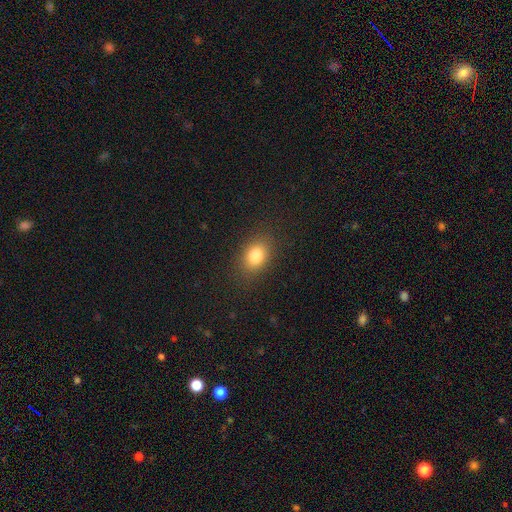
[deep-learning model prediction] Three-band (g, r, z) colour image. It shows a smooth galaxy with no disk features (82%) that is in between round and cigar-shaped (71%). Merging: none (85%).